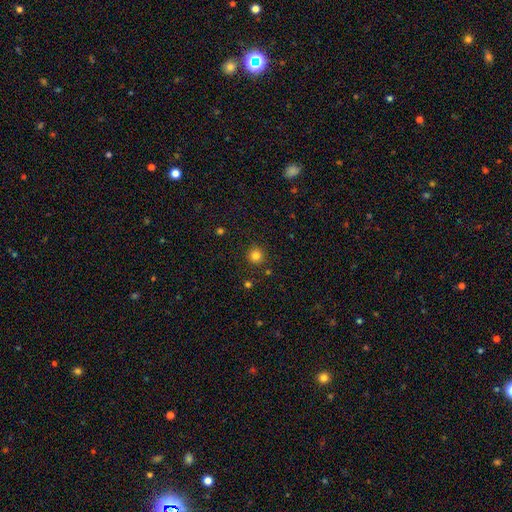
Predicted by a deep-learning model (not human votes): A smooth galaxy with no disk features (81%) that is round (95%).

Vote fractions:
- Smooth or featured? smooth: 81% / star or artifact: 14% / featured or disk: 5%
- How rounded? round: 95% / in between: 4% / cigar-shaped: 1%
- Merging? none: 90% / minor disturbance: 6% / major disturbance: 2% / merger: 2%